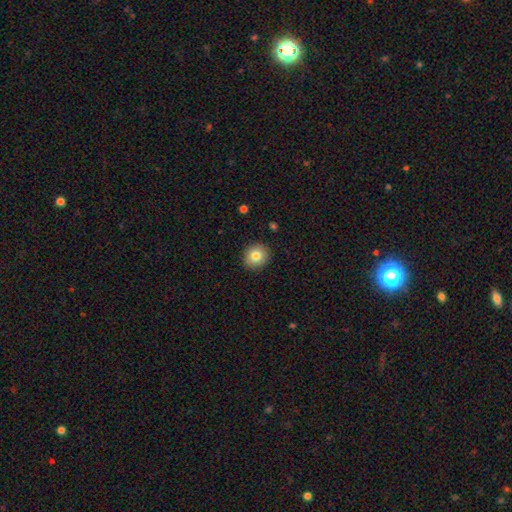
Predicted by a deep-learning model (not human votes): This appears to be a smooth galaxy with no disk features (81%) that is round (88%). Merging: none (90%).